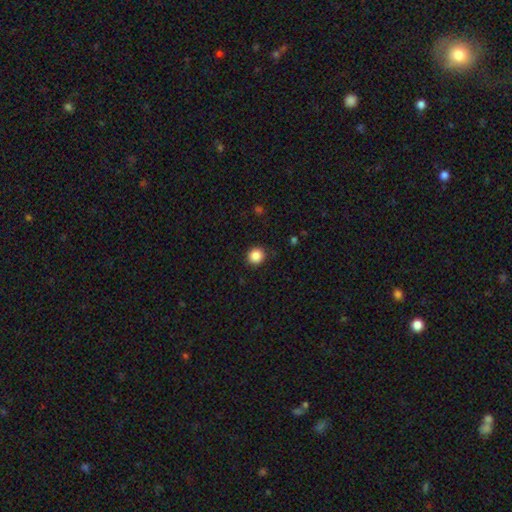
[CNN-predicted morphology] smooth-or-featured: smooth: 86% | star or artifact: 10% | featured or disk: 4%
  how-rounded: round: 89% | in between: 10% | cigar-shaped: 1%
  merging: none: 90% | minor disturbance: 7% | major disturbance: 2% | merger: 1%